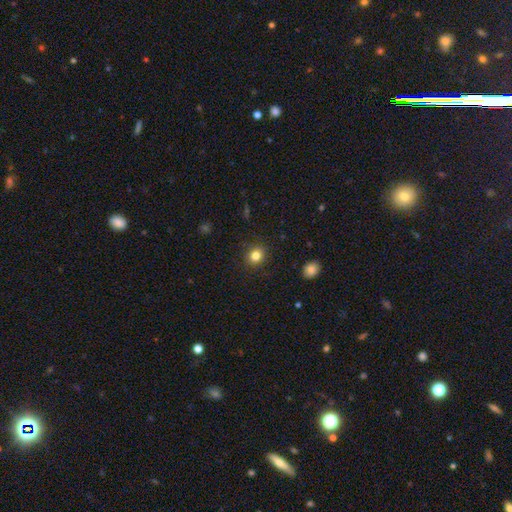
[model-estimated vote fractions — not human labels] A smooth galaxy with no disk features (83%) that is round (78%). Merging: none (90%).